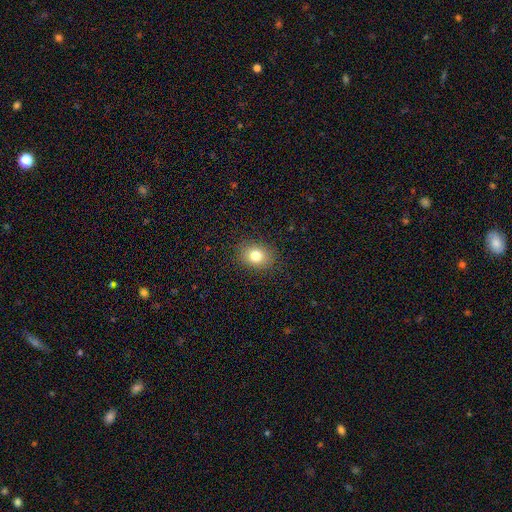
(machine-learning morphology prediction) The model was most divided on "how rounded": in between: 58%, round: 41%, cigar-shaped: 1%. More confident: merging — none (88%); smooth or featured — smooth (81%).